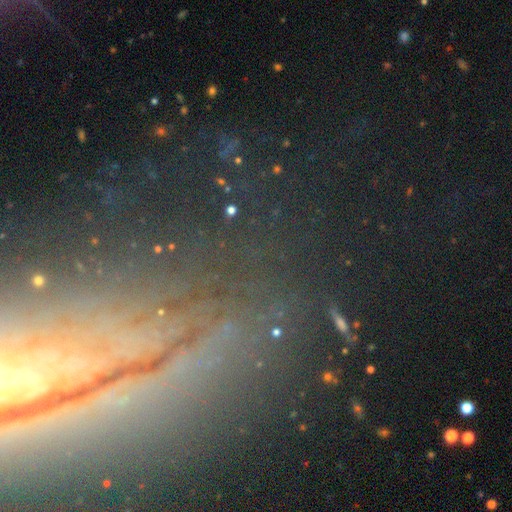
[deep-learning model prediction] Smooth or featured? star or artifact (54%)